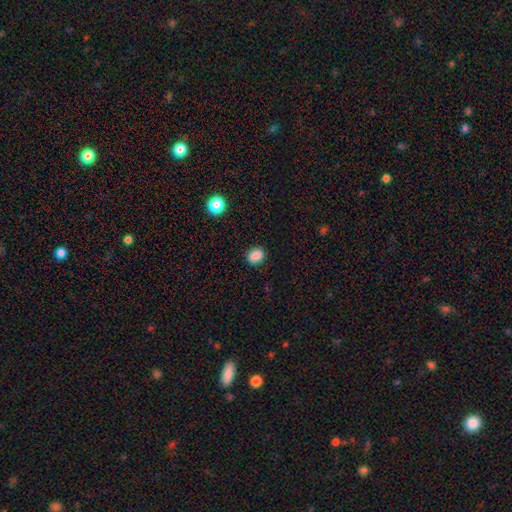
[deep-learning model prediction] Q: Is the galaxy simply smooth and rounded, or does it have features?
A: smooth — 84%.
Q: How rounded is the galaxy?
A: in between — 53%.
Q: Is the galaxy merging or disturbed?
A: none — 84%.